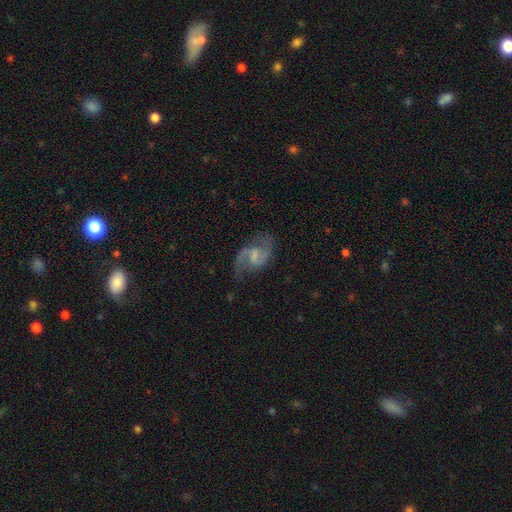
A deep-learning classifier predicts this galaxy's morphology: type=featured or disk (86%); edge-on=no (98%); bar=weak (60%); spiral arms=yes (96%); winding=medium (46%); arm count=2 (93%); bulge=small (40%); merging=none (74%).